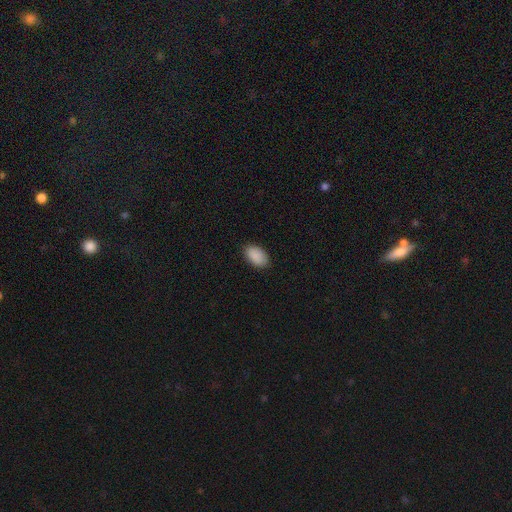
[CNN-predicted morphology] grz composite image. It shows a smooth galaxy with no disk features (90%) that is in between round and cigar-shaped (94%). Merging: none (86%).